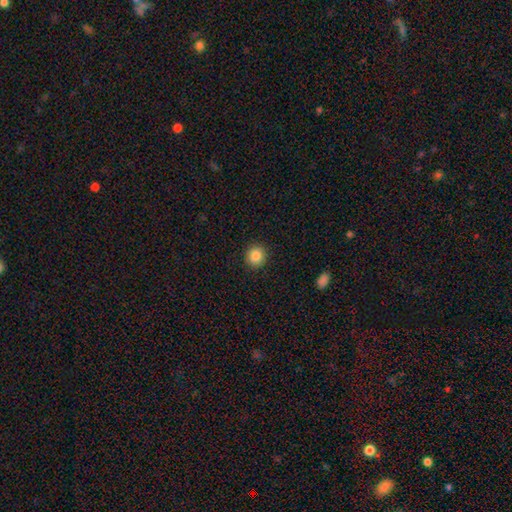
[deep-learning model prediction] Morphology: type=smooth (86%); roundness=round (89%); merging=none (92%).